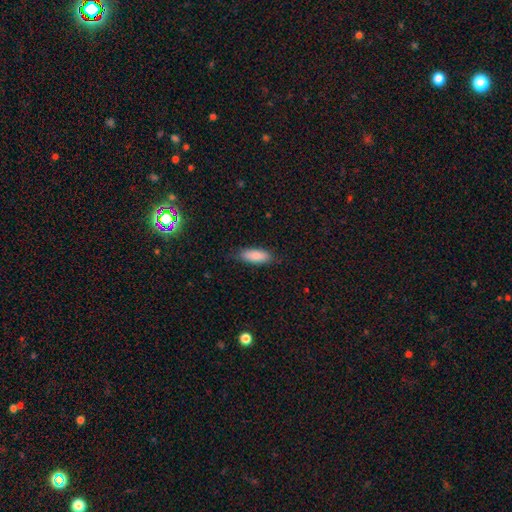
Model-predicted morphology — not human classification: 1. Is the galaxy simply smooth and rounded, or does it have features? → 85% smooth, 8% featured or disk, 6% star or artifact.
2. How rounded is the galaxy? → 72% in between, 26% cigar-shaped, 2% round.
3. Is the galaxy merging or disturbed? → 81% none, 15% minor disturbance, 3% major disturbance, 1% merger.